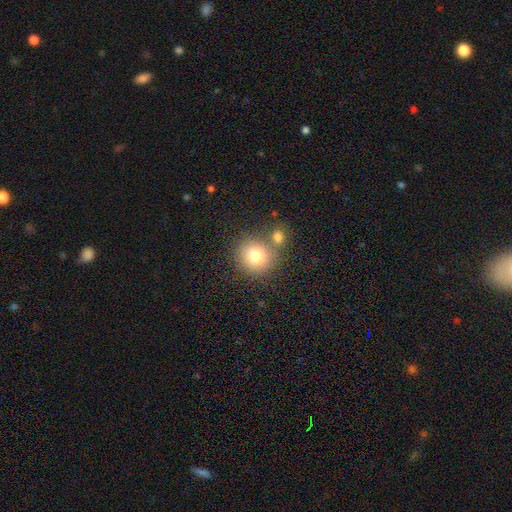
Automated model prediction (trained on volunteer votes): This appears to be a smooth galaxy with no disk features (79%) that is round (89%). Merging: none (64%).